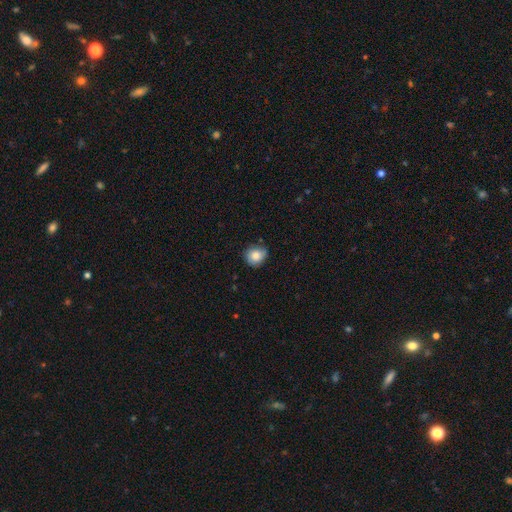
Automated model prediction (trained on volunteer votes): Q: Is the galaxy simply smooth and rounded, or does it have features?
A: smooth — 83%.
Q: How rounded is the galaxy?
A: round — 81%.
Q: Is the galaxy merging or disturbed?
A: none — 75%.